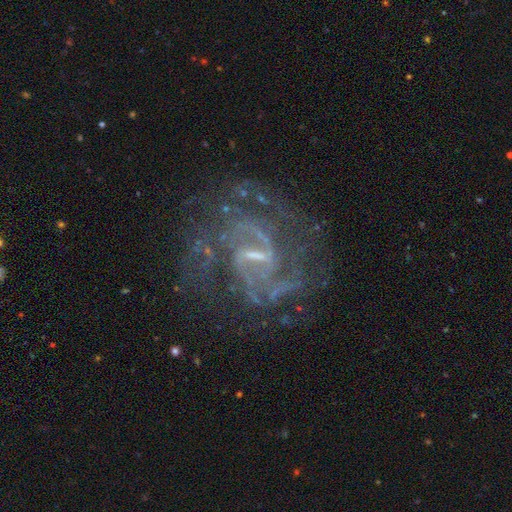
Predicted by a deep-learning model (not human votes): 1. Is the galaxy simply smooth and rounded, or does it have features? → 89% featured or disk, 7% star or artifact, 4% smooth.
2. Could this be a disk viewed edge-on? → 98% no, 2% yes.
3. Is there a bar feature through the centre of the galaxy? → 52% weak, 37% strong, 11% no.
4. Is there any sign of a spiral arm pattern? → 95% yes, 5% no.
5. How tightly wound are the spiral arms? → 51% medium, 28% tight, 21% loose.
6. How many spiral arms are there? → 50% 2, 20% can't tell, 13% 3, 7% 4, 6% 1, 5% more than 4.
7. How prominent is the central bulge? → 61% small, 20% moderate, 17% none, 1% large, 1% dominant.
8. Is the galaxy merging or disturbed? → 61% none, 18% major disturbance, 18% minor disturbance, 3% merger.